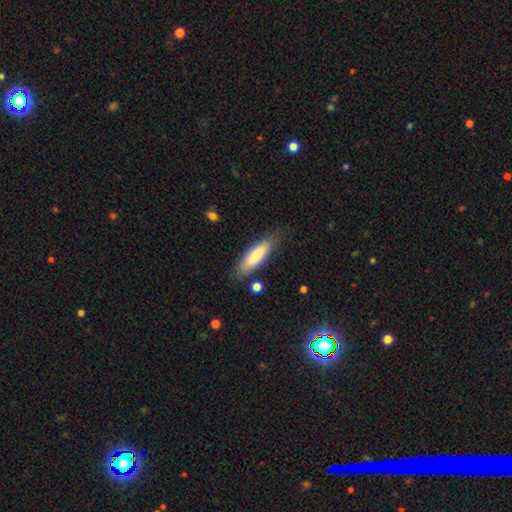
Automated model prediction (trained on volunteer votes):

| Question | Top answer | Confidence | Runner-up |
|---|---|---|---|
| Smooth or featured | smooth | 75% | featured or disk (19%) |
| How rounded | cigar-shaped | 58% | in between (41%) |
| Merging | none | 78% | minor disturbance (16%) |